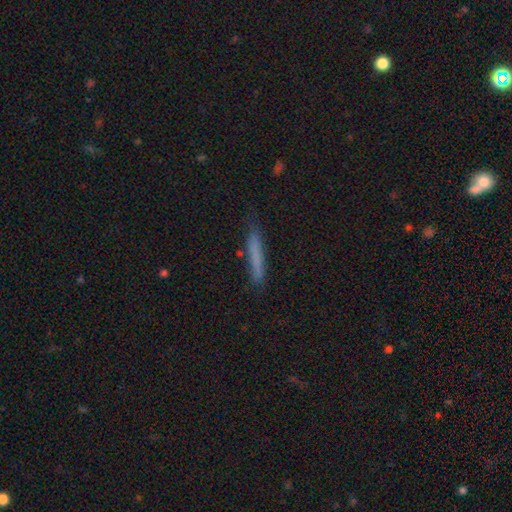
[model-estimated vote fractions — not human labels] Smooth or featured?
  - smooth: 72% *
  - featured or disk: 21%
  - star or artifact: 8%
How rounded?
  - cigar-shaped: 95% *
  - in between: 4%
  - round: 1%
Merging?
  - none: 80% *
  - minor disturbance: 15%
  - major disturbance: 3%
  - merger: 2%